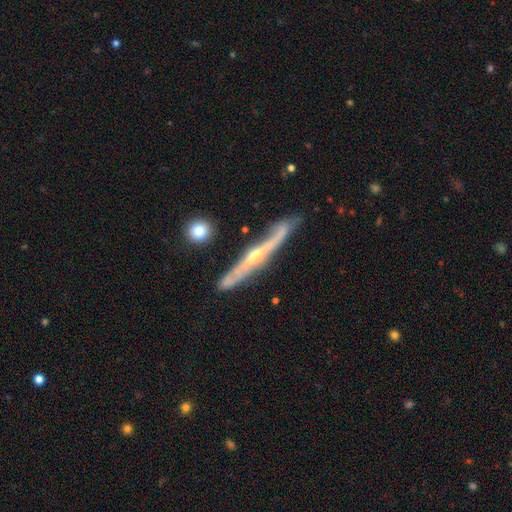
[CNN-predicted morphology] Smooth or featured?
  - featured or disk: 82% *
  - smooth: 13%
  - star or artifact: 5%
Edge-on disk?
  - yes: 91% *
  - no: 9%
Edge-on bulge?
  - rounded: 77% *
  - none: 18%
  - boxy: 4%
Merging?
  - none: 76% *
  - minor disturbance: 17%
  - merger: 3%
  - major disturbance: 3%